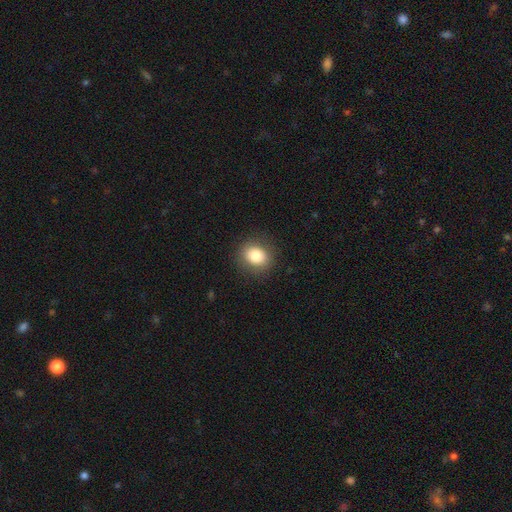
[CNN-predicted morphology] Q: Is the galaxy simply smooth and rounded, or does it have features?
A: smooth — 82%.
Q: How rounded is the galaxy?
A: round — 73%.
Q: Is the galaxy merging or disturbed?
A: none — 88%.